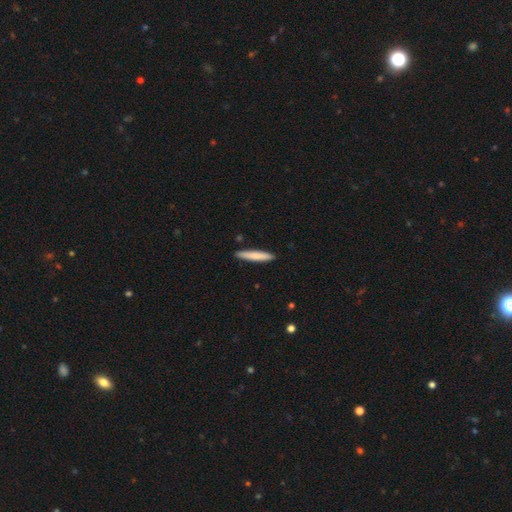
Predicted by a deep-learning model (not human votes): Smooth or featured?
  - smooth: 79% *
  - featured or disk: 16%
  - star or artifact: 5%
How rounded?
  - cigar-shaped: 93% *
  - in between: 6%
  - round: 1%
Merging?
  - none: 91% *
  - minor disturbance: 7%
  - merger: 1%
  - major disturbance: 1%